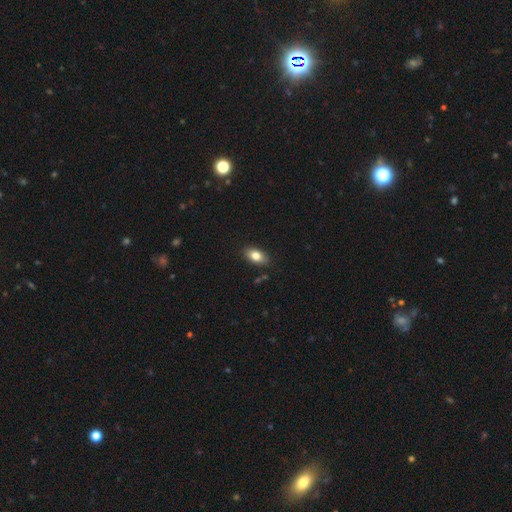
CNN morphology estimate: This is clearly a smooth galaxy (81%). How rounded: clearly in between (88%). Merging: clearly none (85%).